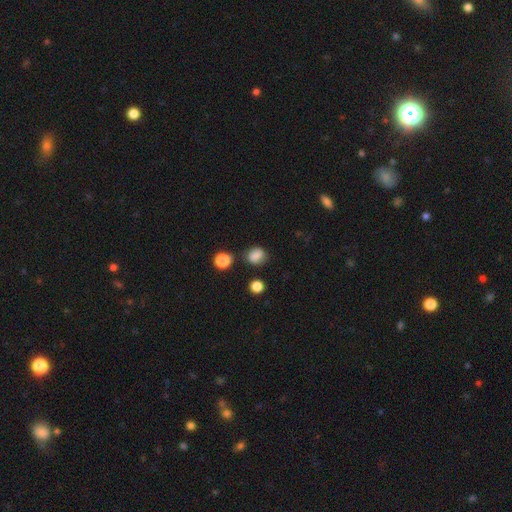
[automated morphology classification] Smooth or featured? Predicted: smooth (p=0.79). How rounded? Predicted: round (p=0.54). Merging? Predicted: none (p=0.67).